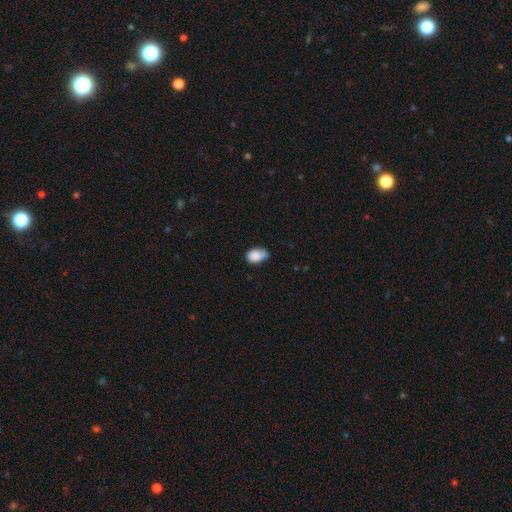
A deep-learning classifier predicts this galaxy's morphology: smooth-or-featured: smooth: 85% | star or artifact: 8% | featured or disk: 7%
  how-rounded: in between: 85% | round: 14% | cigar-shaped: 1%
  merging: none: 48% | minor disturbance: 40% | major disturbance: 8% | merger: 4%